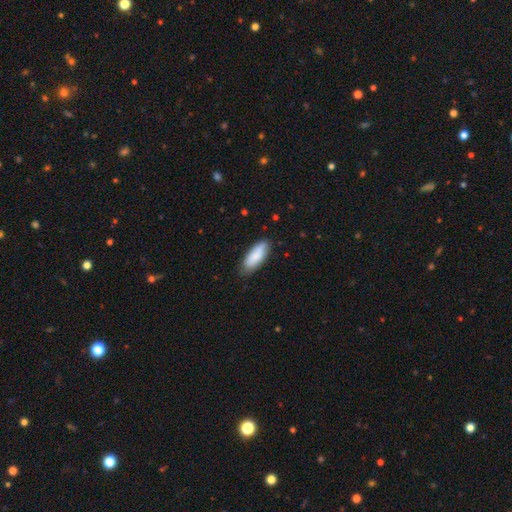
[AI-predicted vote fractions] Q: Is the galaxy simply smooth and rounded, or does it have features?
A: smooth — 86%.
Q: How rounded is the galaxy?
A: in between — 76%.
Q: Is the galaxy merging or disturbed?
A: none — 80%.